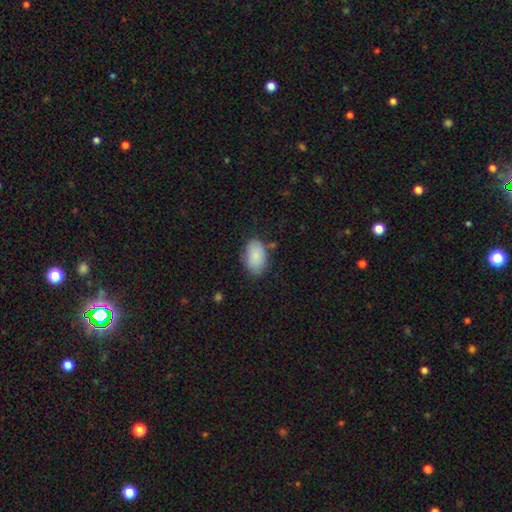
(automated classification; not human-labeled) Smooth or featured? smooth (87%)
How rounded? in between (90%)
Merging? none (75%)